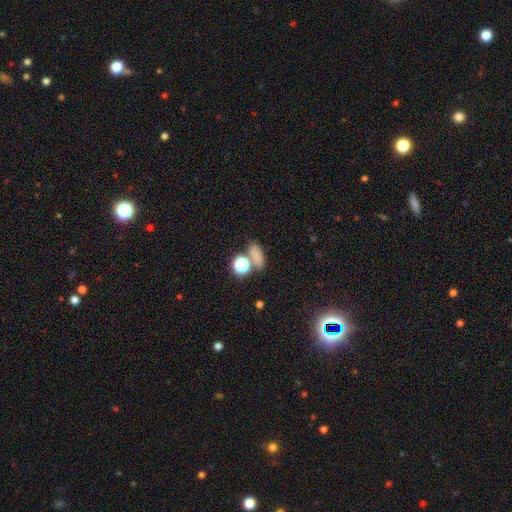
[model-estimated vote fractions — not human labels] This appears to be a smooth galaxy with no disk features (72%) that is in between round and cigar-shaped (60%). Merging: none (65%).